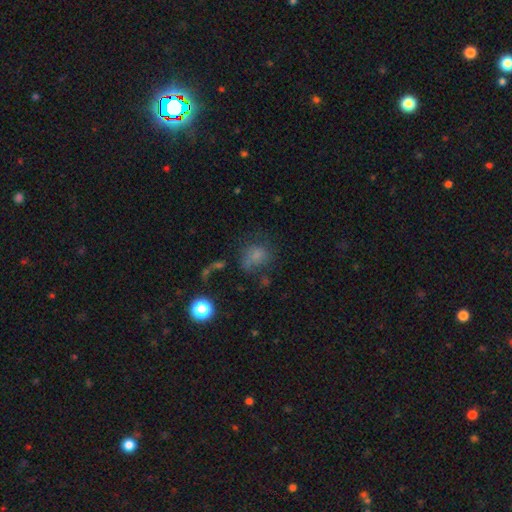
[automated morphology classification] type=smooth (65%); roundness=round (57%); merging=none (47%).